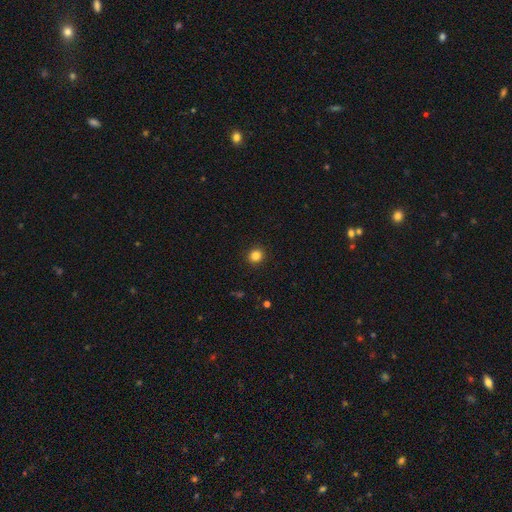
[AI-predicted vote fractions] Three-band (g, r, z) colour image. It shows a smooth galaxy with no disk features (85%) that is round (89%). Merging: none (92%).